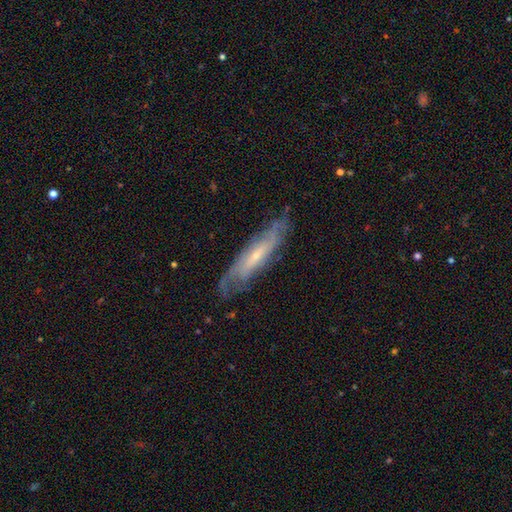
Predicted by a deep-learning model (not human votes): A featured or disk galaxy (74%).

Vote fractions:
- Smooth or featured? featured or disk: 74% / smooth: 19% / star or artifact: 6%
- Edge-on disk? no: 61% / yes: 39%
- Merging? none: 72% / minor disturbance: 20% / major disturbance: 7% / merger: 1%